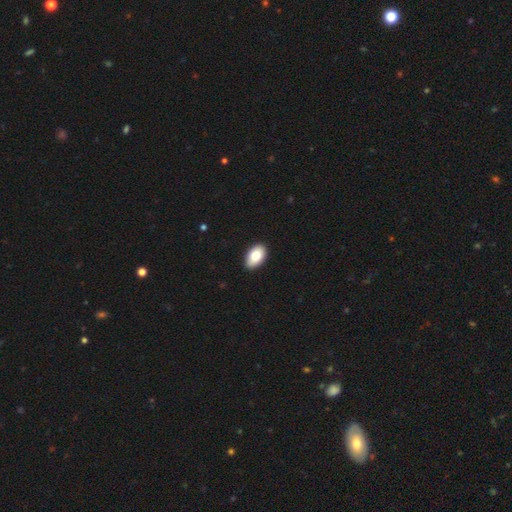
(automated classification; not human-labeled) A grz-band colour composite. It shows a smooth galaxy with no disk features (81%) that is in between round and cigar-shaped (93%). Merging: none (89%).